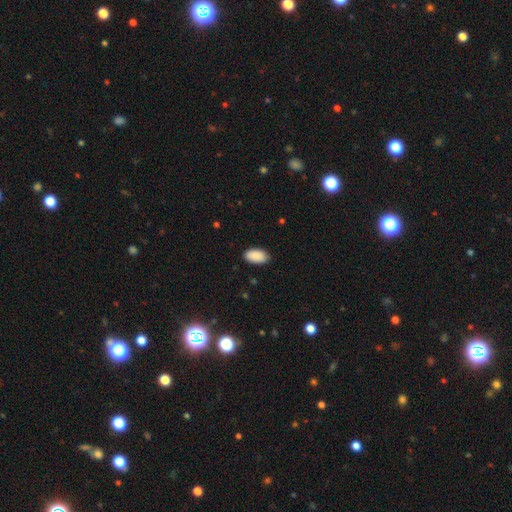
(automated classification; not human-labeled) Smooth or featured?
  - smooth: 91% *
  - star or artifact: 6%
  - featured or disk: 3%
How rounded?
  - in between: 96% *
  - round: 3%
  - cigar-shaped: 2%
Merging?
  - none: 88% *
  - minor disturbance: 9%
  - major disturbance: 2%
  - merger: 1%